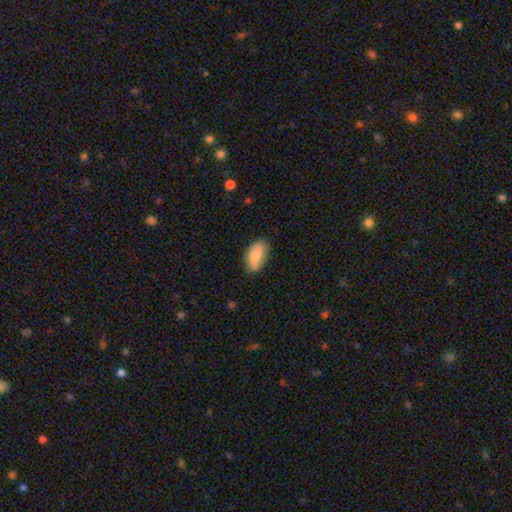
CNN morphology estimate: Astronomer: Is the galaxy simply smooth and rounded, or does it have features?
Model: smooth — 83%.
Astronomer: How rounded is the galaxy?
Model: in between — 93%.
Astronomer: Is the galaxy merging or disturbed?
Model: none — 64%.